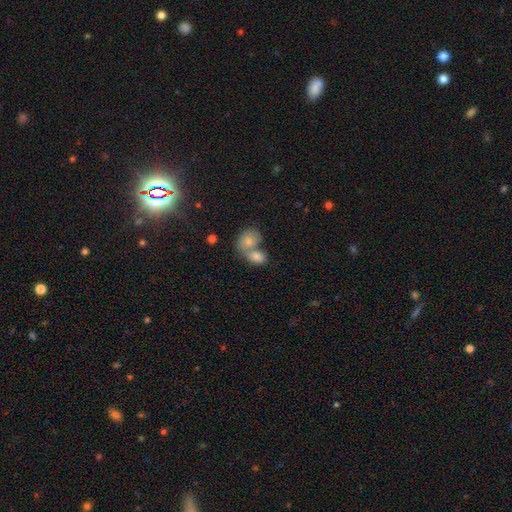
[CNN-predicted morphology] Q: Smooth or featured?
A: smooth (64%); runner-up: star or artifact (19%)
Q: How rounded?
A: in between (61%); runner-up: round (37%)
Q: Merging?
A: merger (55%); runner-up: none (34%)